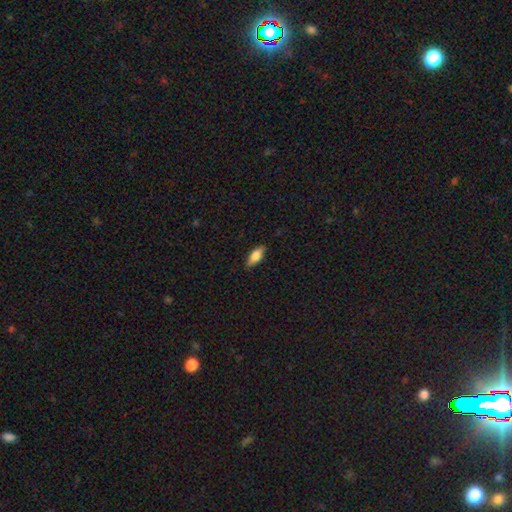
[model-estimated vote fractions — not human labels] A smooth galaxy with no disk features (67%) that is in between round and cigar-shaped (68%).

Vote fractions:
- Smooth or featured? smooth: 67% / featured or disk: 26% / star or artifact: 7%
- How rounded? in between: 68% / cigar-shaped: 29% / round: 3%
- Merging? none: 86% / minor disturbance: 11% / major disturbance: 2% / merger: 1%